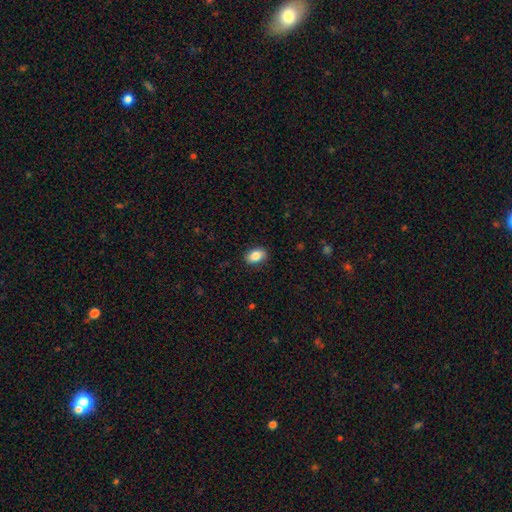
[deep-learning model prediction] The model was most divided on "how rounded": in between: 86%, round: 13%, cigar-shaped: 1%. More confident: merging — none (87%); smooth or featured — smooth (86%).